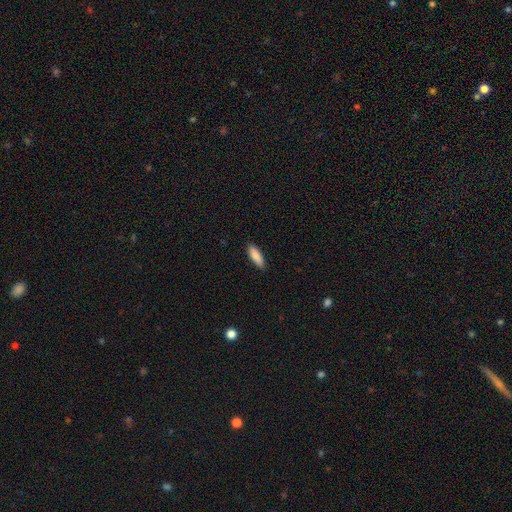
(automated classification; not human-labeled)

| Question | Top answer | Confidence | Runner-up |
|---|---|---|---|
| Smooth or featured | smooth | 86% | featured or disk (8%) |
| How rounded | in between | 52% | cigar-shaped (46%) |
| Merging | none | 89% | minor disturbance (8%) |